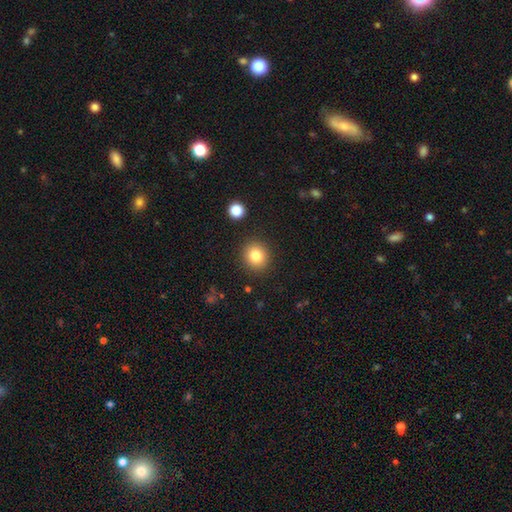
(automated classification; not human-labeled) Smooth or featured?
  - smooth: 83% *
  - star or artifact: 11%
  - featured or disk: 7%
How rounded?
  - round: 84% *
  - in between: 15%
  - cigar-shaped: 1%
Merging?
  - none: 89% *
  - minor disturbance: 7%
  - major disturbance: 2%
  - merger: 2%